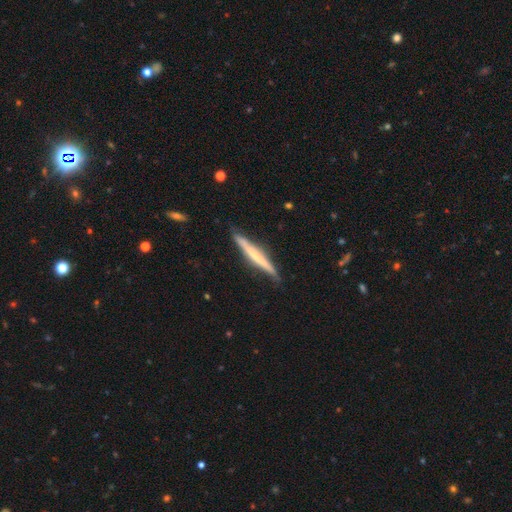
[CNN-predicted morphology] Smooth or featured: featured or disk — 56% (smooth — 39%)
Edge-on disk: yes — 96% (no — 4%)
Edge-on bulge: none — 58% (rounded — 29%)
Merging: none — 85% (minor disturbance — 12%)